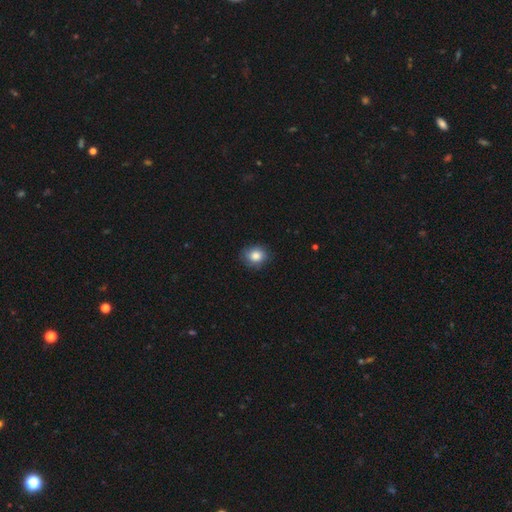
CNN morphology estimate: A smooth galaxy with no disk features (83%) that is round (69%). Merging: none (82%).